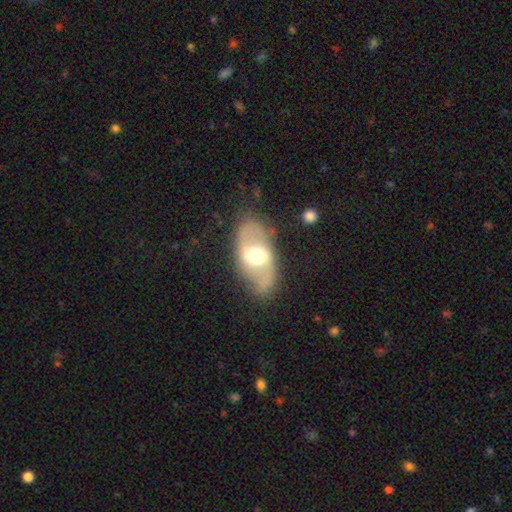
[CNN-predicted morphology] type=featured or disk (62%); edge-on=no (89%); bar=weak (41%); spiral arms=yes (56%); bulge=moderate (60%); merging=none (73%).